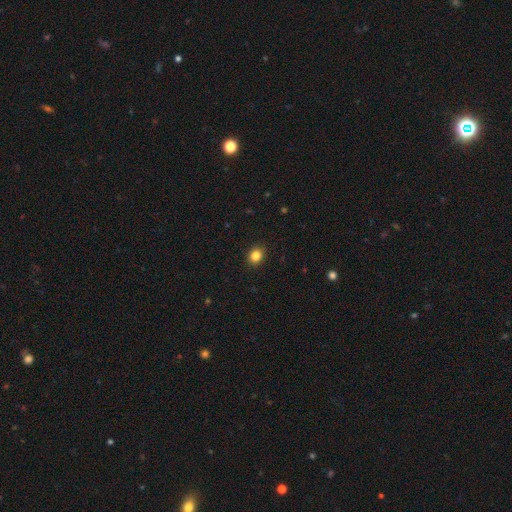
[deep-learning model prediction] smooth 85%, star or artifact 11%, featured or disk 5%. Down the decision tree: how rounded — round (67%); merging — none (92%).